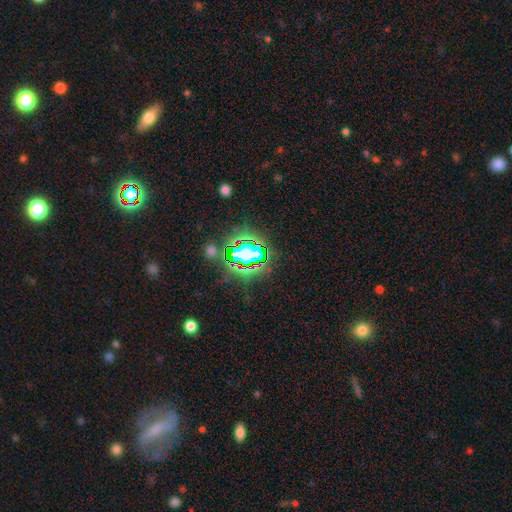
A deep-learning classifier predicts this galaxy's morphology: Smooth or featured? star or artifact (78%)